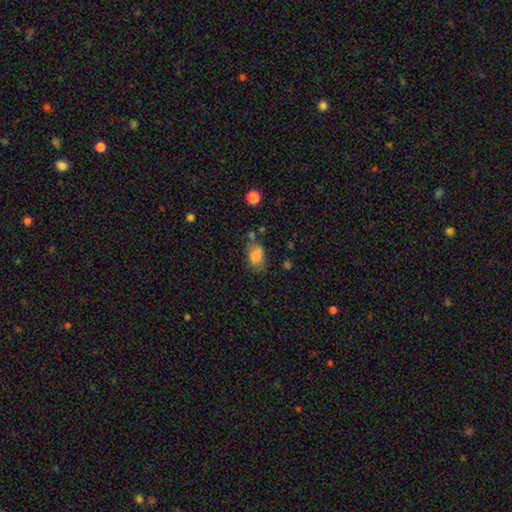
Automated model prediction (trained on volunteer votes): smooth_or_featured: smooth (p=0.78) [alt: featured or disk p=0.12]
how_rounded: in between (p=0.69) [alt: round p=0.30]
merging: none (p=0.57) [alt: minor disturbance p=0.24]